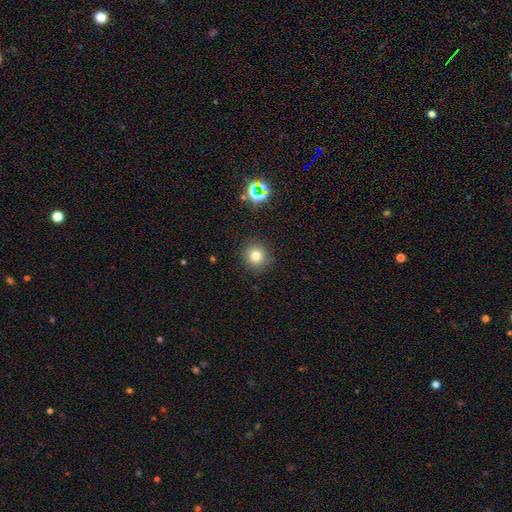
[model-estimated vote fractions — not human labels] smooth_or_featured: smooth (p=0.77) [alt: star or artifact p=0.15]
how_rounded: round (p=0.91) [alt: in between p=0.08]
merging: none (p=0.89) [alt: minor disturbance p=0.07]